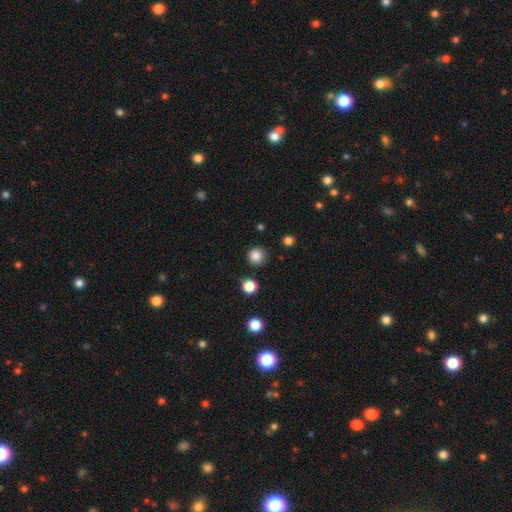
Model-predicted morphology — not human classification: This appears to be a smooth galaxy with no disk features (85%) that is round (95%). Merging: none (90%).